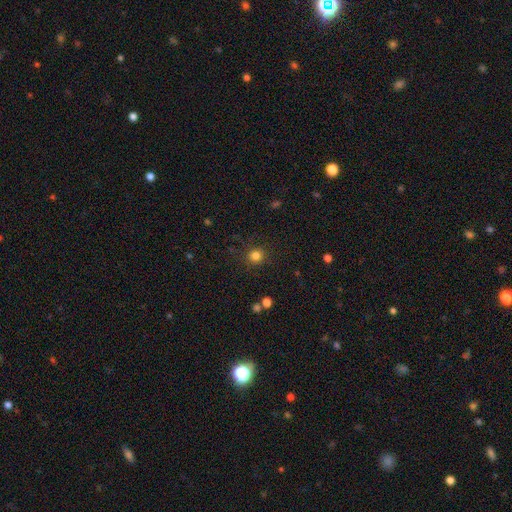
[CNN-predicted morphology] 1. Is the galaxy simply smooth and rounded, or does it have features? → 82% smooth, 13% star or artifact, 5% featured or disk.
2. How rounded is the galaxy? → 92% round, 7% in between, 1% cigar-shaped.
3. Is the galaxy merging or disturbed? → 87% none, 8% minor disturbance, 3% major disturbance, 2% merger.